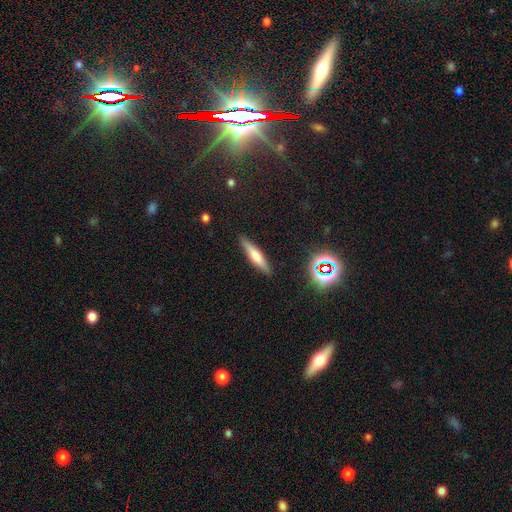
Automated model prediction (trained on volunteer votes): A smooth galaxy with no disk features (58%) that is cigar-shaped (84%).

Vote fractions:
- Smooth or featured? smooth: 58% / featured or disk: 33% / star or artifact: 9%
- How rounded? cigar-shaped: 84% / in between: 14% / round: 2%
- Merging? none: 88% / minor disturbance: 9% / major disturbance: 2% / merger: 2%